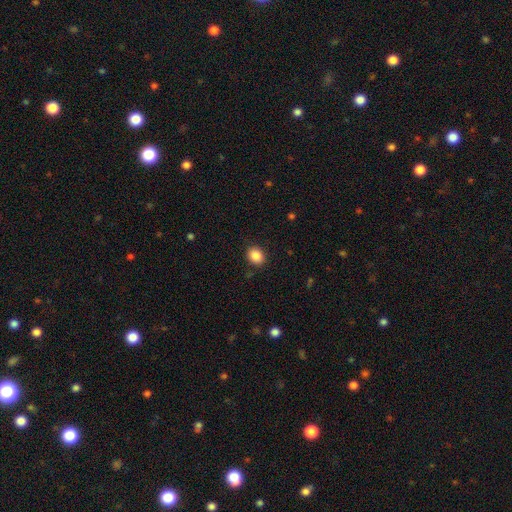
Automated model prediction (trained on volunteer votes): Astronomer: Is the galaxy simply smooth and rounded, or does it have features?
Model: smooth — 87%.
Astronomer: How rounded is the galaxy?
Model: round — 54% (runner-up: in between, 45%).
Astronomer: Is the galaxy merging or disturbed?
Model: none — 87%.